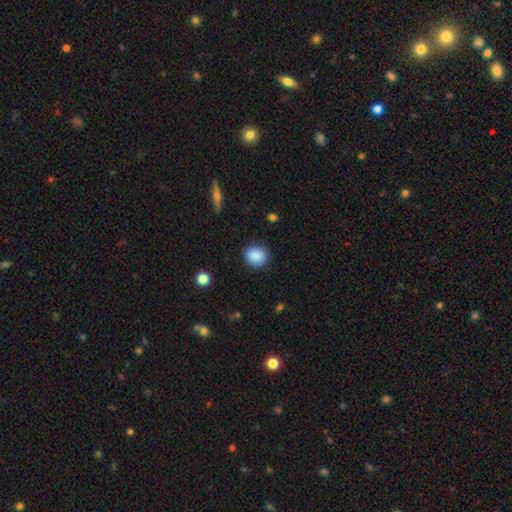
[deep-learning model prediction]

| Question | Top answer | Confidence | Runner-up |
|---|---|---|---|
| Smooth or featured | smooth | 88% | star or artifact (8%) |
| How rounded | round | 76% | in between (23%) |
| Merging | none | 87% | minor disturbance (9%) |